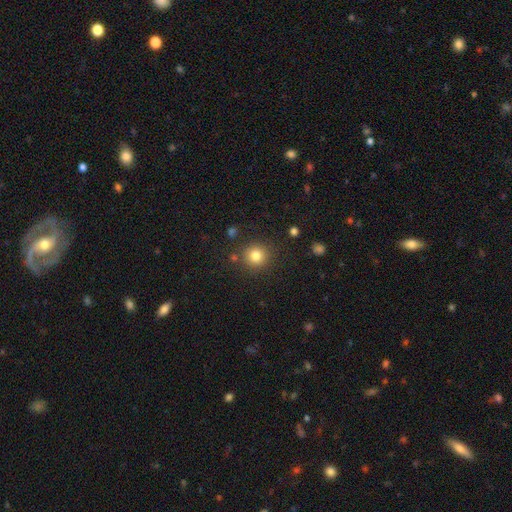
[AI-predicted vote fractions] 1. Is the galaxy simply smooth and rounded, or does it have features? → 81% smooth, 12% star or artifact, 7% featured or disk.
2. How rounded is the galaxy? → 92% round, 7% in between, 1% cigar-shaped.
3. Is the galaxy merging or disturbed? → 86% none, 8% minor disturbance, 4% merger, 3% major disturbance.